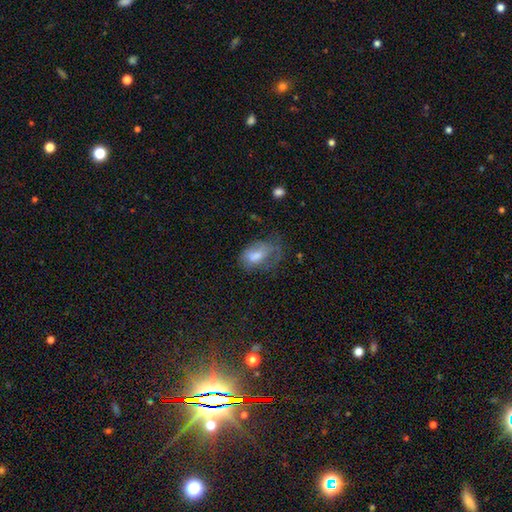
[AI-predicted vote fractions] This is possibly a smooth galaxy (54%). How rounded: clearly in between (85%). Merging: marginally none (38%).